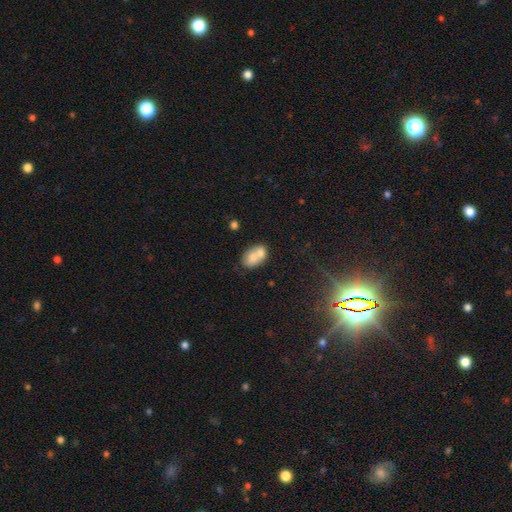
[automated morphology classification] smooth-or-featured: smooth: 70% | featured or disk: 22% | star or artifact: 8%
  how-rounded: in between: 80% | round: 19% | cigar-shaped: 1%
  merging: merger: 56% | none: 28% | minor disturbance: 12% | major disturbance: 5%